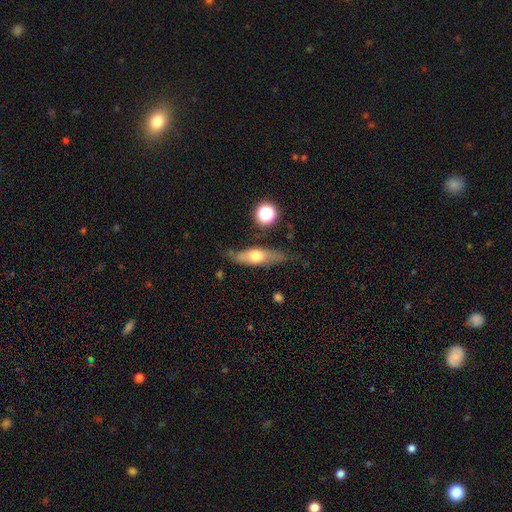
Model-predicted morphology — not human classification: Smooth or featured? Predicted: smooth (p=0.51). How rounded? Predicted: cigar-shaped (p=0.53). Merging? Predicted: none (p=0.69).